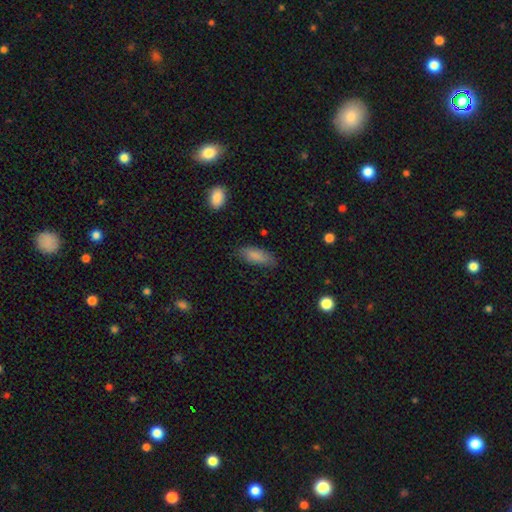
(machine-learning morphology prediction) A smooth galaxy with no disk features (85%) that is in between round and cigar-shaped (74%). Merging: none (77%).